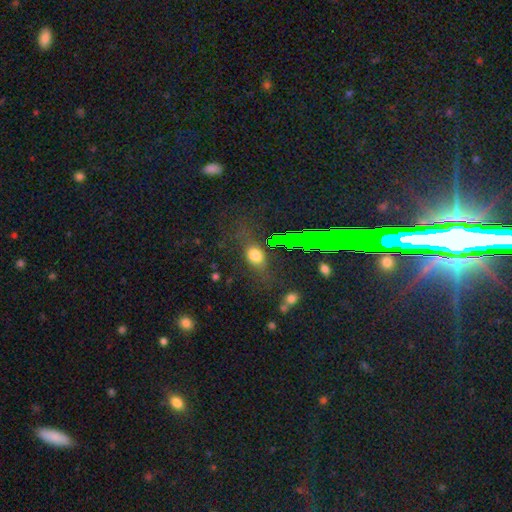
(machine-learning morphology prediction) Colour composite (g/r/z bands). It shows a smooth galaxy with no disk features (66%) that is in between round and cigar-shaped (63%). Merging: none (65%).